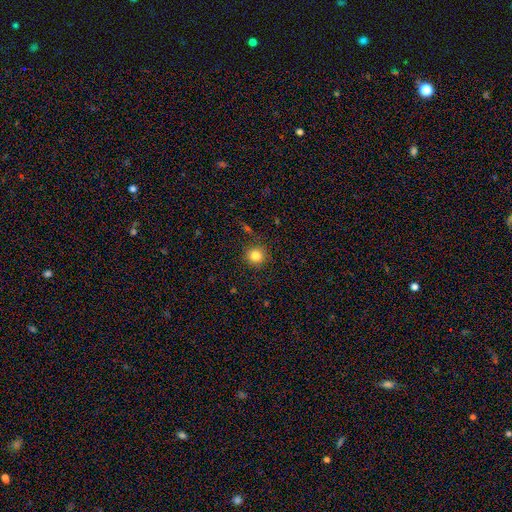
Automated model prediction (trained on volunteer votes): Smooth or featured: smooth — 82% (star or artifact — 12%)
How rounded: round — 92% (in between — 7%)
Merging: none — 88% (minor disturbance — 7%)